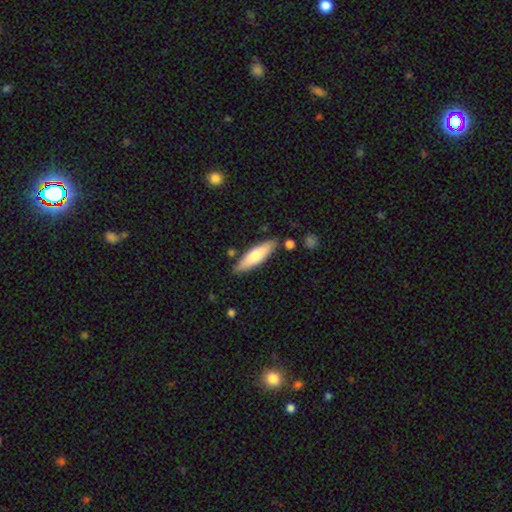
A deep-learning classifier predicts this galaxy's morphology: A smooth galaxy with no disk features (67%) that is cigar-shaped (65%). Merging: none (83%).